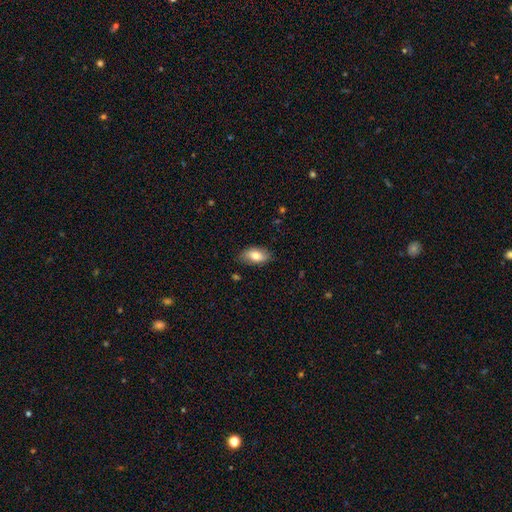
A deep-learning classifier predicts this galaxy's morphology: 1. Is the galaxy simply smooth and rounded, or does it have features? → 76% smooth, 18% featured or disk, 7% star or artifact.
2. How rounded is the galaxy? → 92% in between, 5% round, 3% cigar-shaped.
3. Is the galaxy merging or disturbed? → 81% none, 15% minor disturbance, 3% major disturbance, 1% merger.